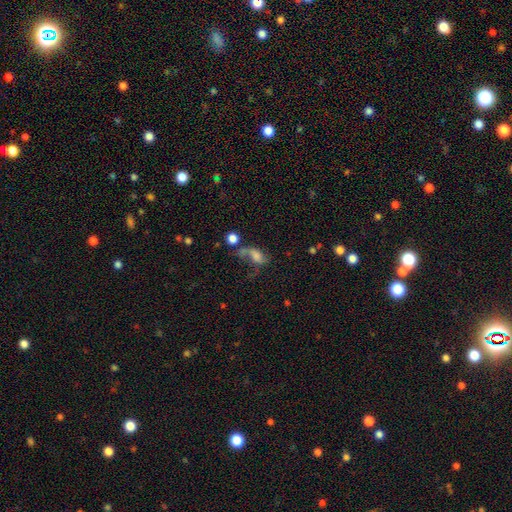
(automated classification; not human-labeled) Smooth or featured?
  - smooth: 47% *
  - featured or disk: 37%
  - star or artifact: 16%
Merging?
  - major disturbance: 36% *
  - none: 26%
  - merger: 20%
  - minor disturbance: 18%